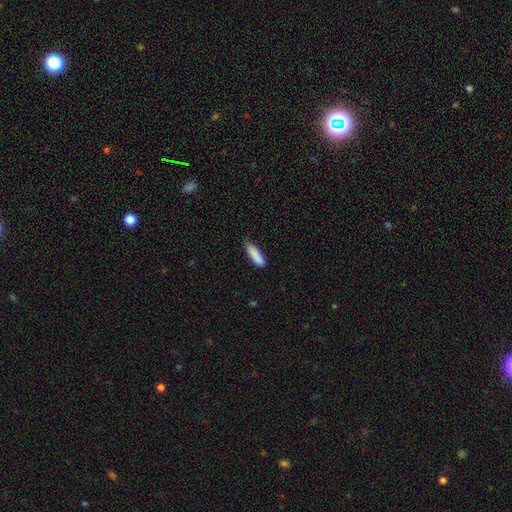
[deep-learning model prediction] smooth 88%, star or artifact 7%, featured or disk 6%. Down the decision tree: how rounded — cigar-shaped (64%); merging — none (69%).